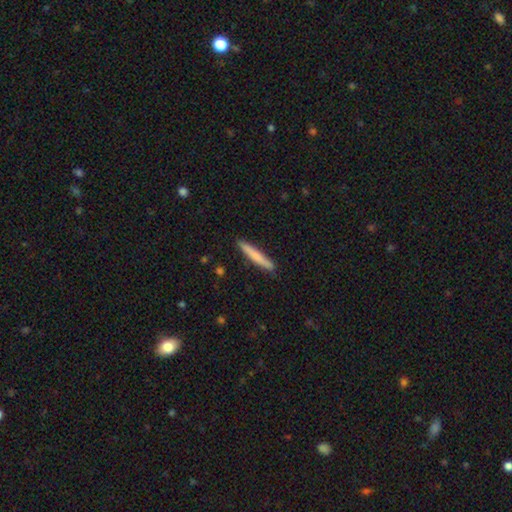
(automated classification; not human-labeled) This is likely a smooth galaxy (73%). How rounded: clearly cigar-shaped (96%). Merging: clearly none (90%).